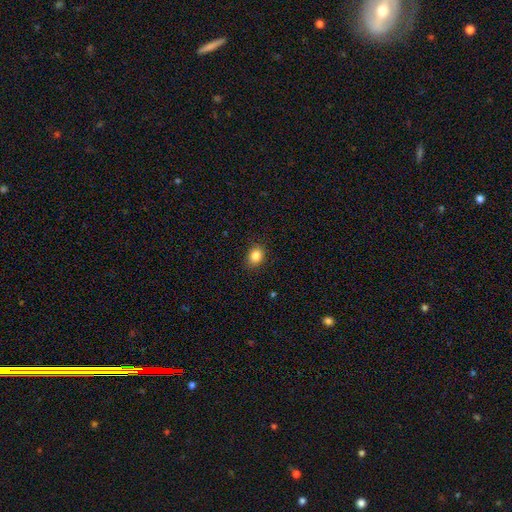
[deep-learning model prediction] Morphology: type=smooth (85%); roundness=in between (57%); merging=none (88%).